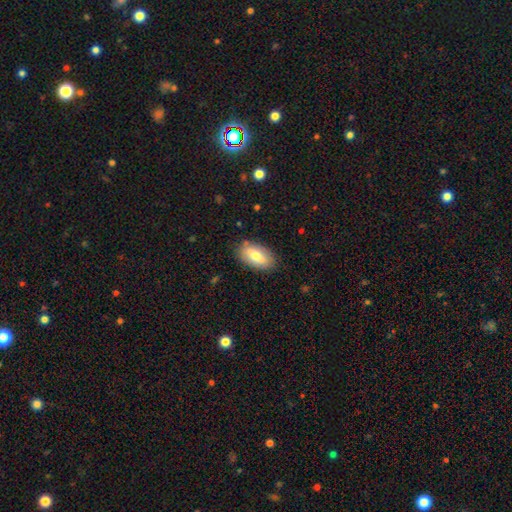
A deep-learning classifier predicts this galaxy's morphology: A smooth galaxy with no disk features (70%) that is in between round and cigar-shaped (92%).

Vote fractions:
- Smooth or featured? smooth: 70% / featured or disk: 23% / star or artifact: 7%
- How rounded? in between: 92% / cigar-shaped: 5% / round: 3%
- Merging? none: 83% / minor disturbance: 13% / major disturbance: 3% / merger: 1%